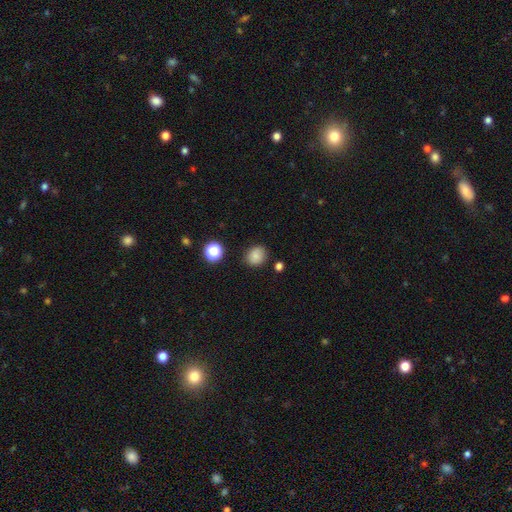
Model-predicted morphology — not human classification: A smooth galaxy with no disk features (82%) that is round (74%).

Vote fractions:
- Smooth or featured? smooth: 82% / star or artifact: 12% / featured or disk: 6%
- How rounded? round: 74% / in between: 25% / cigar-shaped: 1%
- Merging? none: 83% / minor disturbance: 11% / major disturbance: 3% / merger: 3%